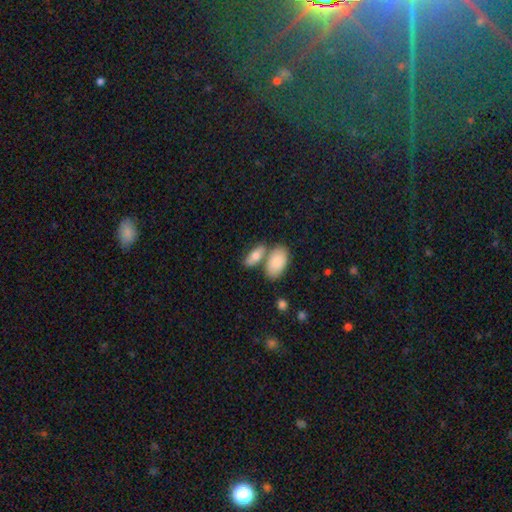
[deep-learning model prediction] Morphology: type=smooth (76%); roundness=in between (83%); merging=none (51%).